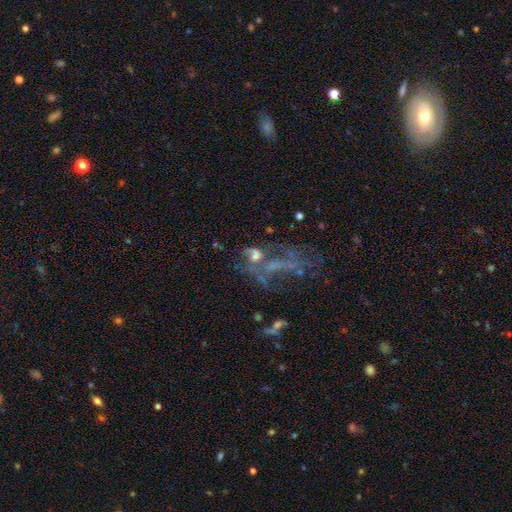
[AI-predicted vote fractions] featured or disk 52%, star or artifact 26%, smooth 23%. Down the decision tree: edge-on disk — no (95%); merging — major disturbance (38%).